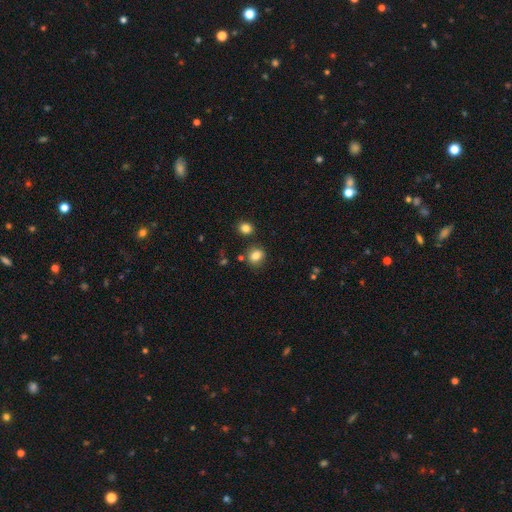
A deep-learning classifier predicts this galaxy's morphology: Smooth or featured?
  - smooth: 83% *
  - star or artifact: 11%
  - featured or disk: 7%
How rounded?
  - round: 62% *
  - in between: 36%
  - cigar-shaped: 1%
Merging?
  - none: 79% *
  - minor disturbance: 11%
  - merger: 7%
  - major disturbance: 3%